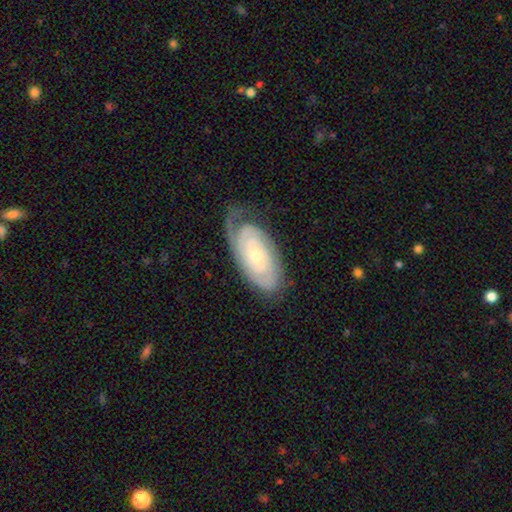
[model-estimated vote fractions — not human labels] Morphology: type=featured or disk (82%); edge-on=no (94%); bar=no (68%); spiral arms=yes (95%); winding=tight (76%); arm count=2 (44%); bulge=small (62%); merging=none (65%).